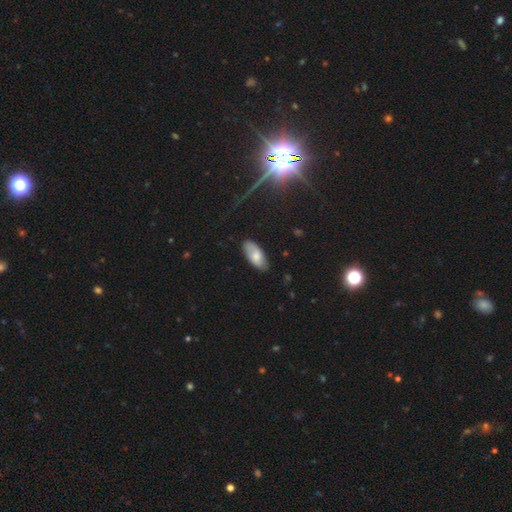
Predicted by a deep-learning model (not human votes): smooth 73%, featured or disk 20%, star or artifact 7%. Down the decision tree: how rounded — in between (89%); merging — none (79%).